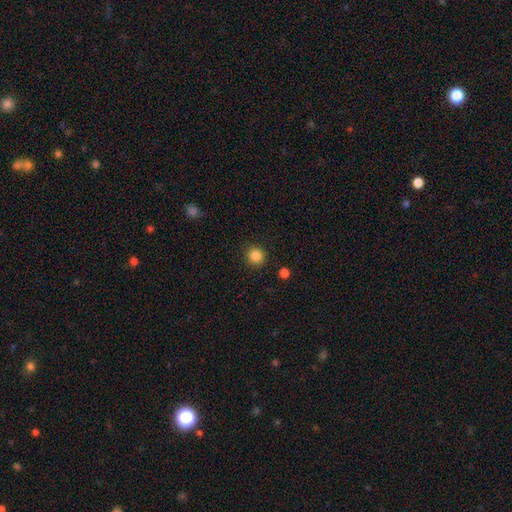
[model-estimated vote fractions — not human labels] smooth-or-featured: smooth: 85% | star or artifact: 11% | featured or disk: 4%
  how-rounded: round: 91% | in between: 8% | cigar-shaped: 1%
  merging: none: 90% | minor disturbance: 6% | major disturbance: 2% | merger: 2%